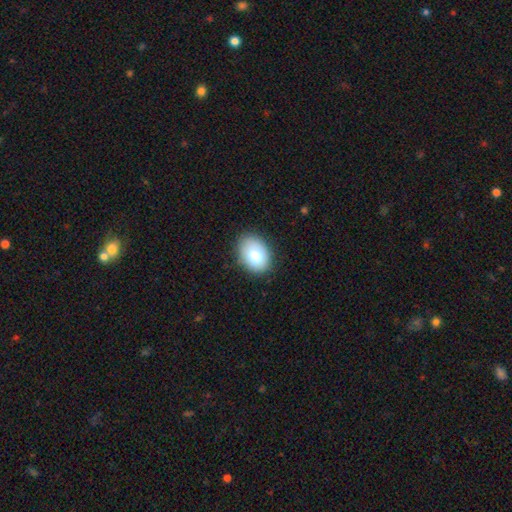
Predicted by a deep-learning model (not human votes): Overall: smooth (81%). How rounded: in between (78%). Merging: none (85%).